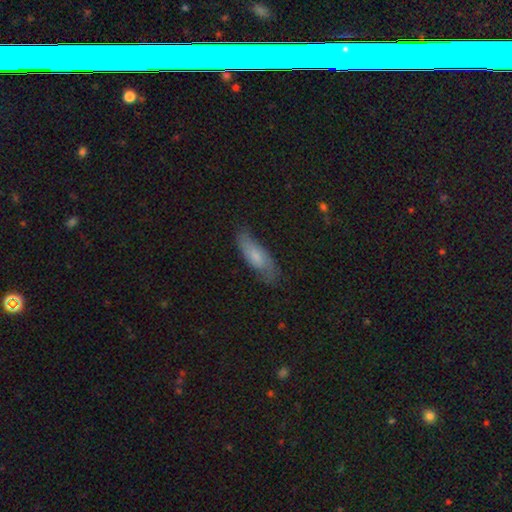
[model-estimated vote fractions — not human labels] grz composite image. It shows a smooth galaxy with no disk features (63%) that is in between round and cigar-shaped (60%). Merging: none (70%).